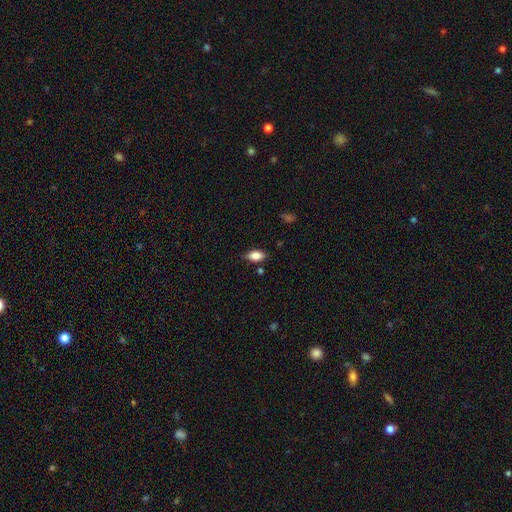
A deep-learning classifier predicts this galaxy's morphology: The model was most divided on "merging": none: 76%, minor disturbance: 18%, major disturbance: 3%, merger: 3%. More confident: how rounded — in between (89%); smooth or featured — smooth (83%).